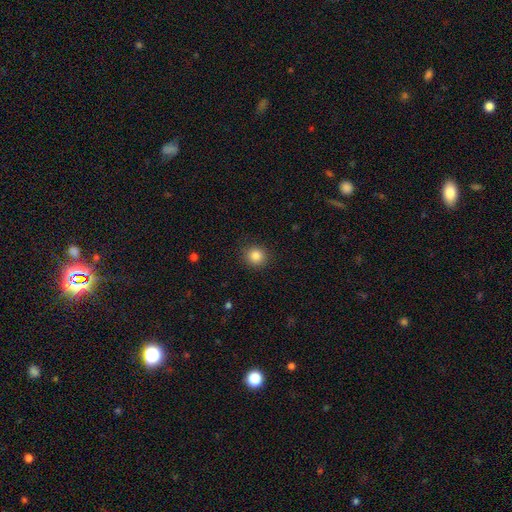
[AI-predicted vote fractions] Smooth or featured: smooth — 85% (star or artifact — 10%)
How rounded: round — 90% (in between — 9%)
Merging: none — 90% (minor disturbance — 7%)